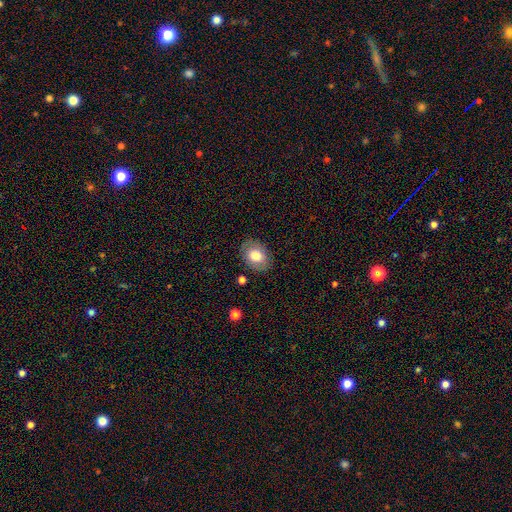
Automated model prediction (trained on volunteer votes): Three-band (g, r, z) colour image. It shows a smooth galaxy with no disk features (75%) that is in between round and cigar-shaped (73%). Merging: none (84%).